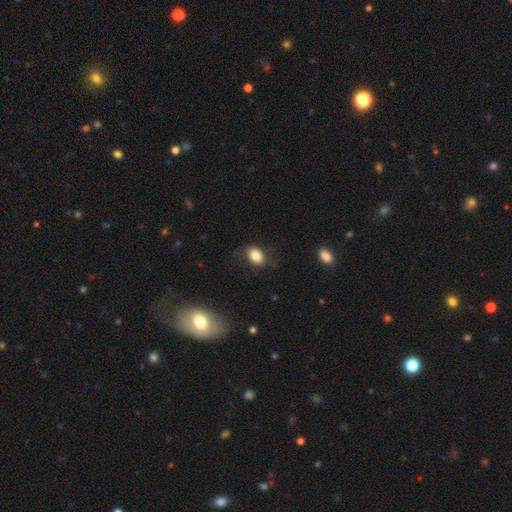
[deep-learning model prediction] A smooth galaxy with no disk features (84%) that is in between round and cigar-shaped (76%). Merging: none (78%).